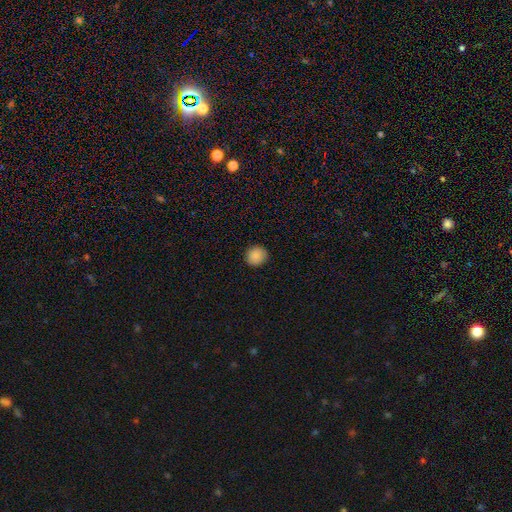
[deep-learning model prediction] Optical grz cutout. It shows a smooth galaxy with no disk features (88%) that is round (89%). Merging: none (91%).